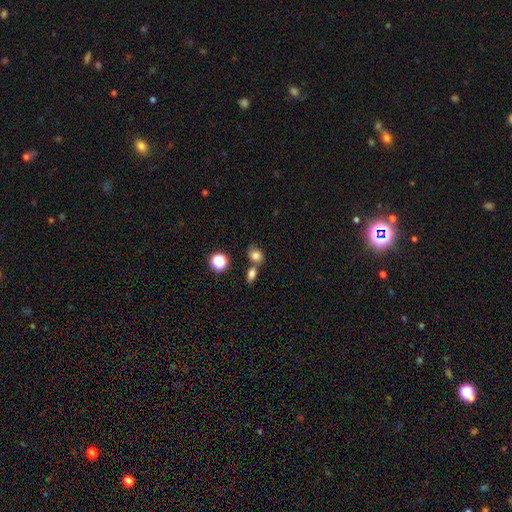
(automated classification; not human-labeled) A smooth galaxy with no disk features (80%) that is round (53%).

Vote fractions:
- Smooth or featured? smooth: 80% / star or artifact: 13% / featured or disk: 7%
- How rounded? round: 53% / in between: 46% / cigar-shaped: 1%
- Merging? none: 57% / merger: 28% / minor disturbance: 11% / major disturbance: 4%